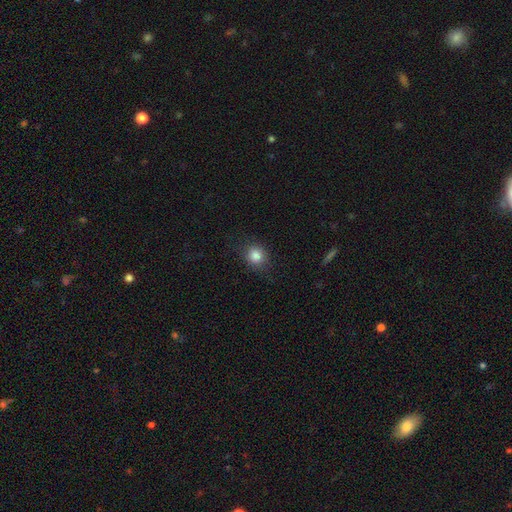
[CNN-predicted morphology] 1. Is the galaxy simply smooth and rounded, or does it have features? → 84% smooth, 11% star or artifact, 5% featured or disk.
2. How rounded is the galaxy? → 78% round, 21% in between, 1% cigar-shaped.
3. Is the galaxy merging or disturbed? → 82% none, 13% minor disturbance, 4% major disturbance, 1% merger.